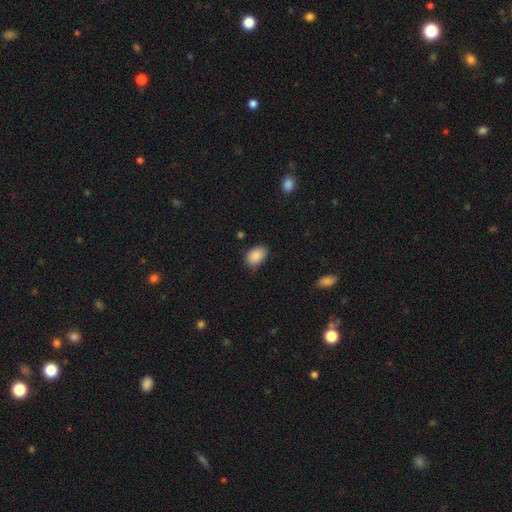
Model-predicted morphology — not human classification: smooth 88%, star or artifact 8%, featured or disk 4%. Down the decision tree: how rounded — in between (85%); merging — none (75%).